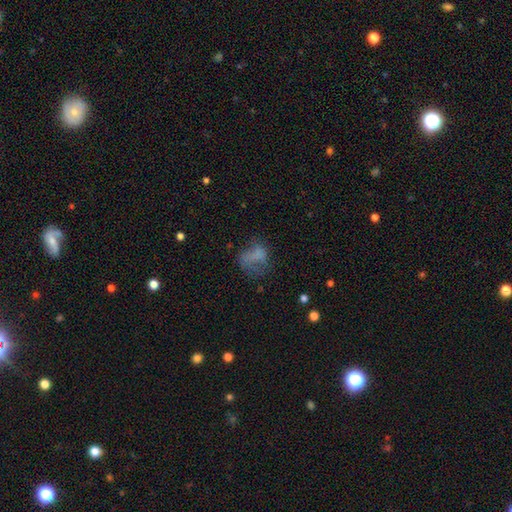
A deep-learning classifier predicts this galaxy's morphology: smooth_or_featured: smooth (p=0.57) [alt: featured or disk p=0.27]
how_rounded: in between (p=0.60) [alt: round p=0.38]
merging: major disturbance (p=0.38) [alt: none p=0.34]